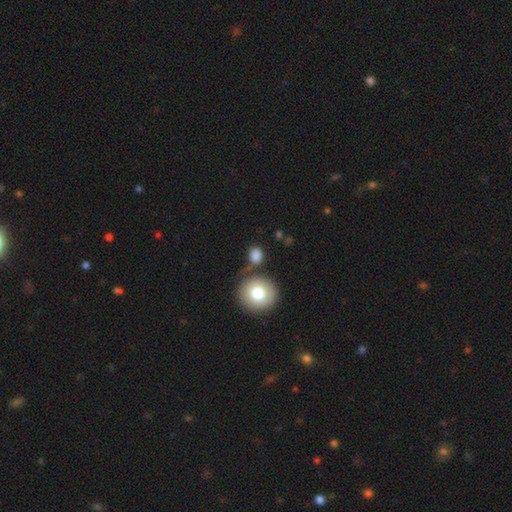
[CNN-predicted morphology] smooth_or_featured: smooth (p=0.83) [alt: star or artifact p=0.09]
how_rounded: round (p=0.69) [alt: in between p=0.30]
merging: none (p=0.65) [alt: merger p=0.15]